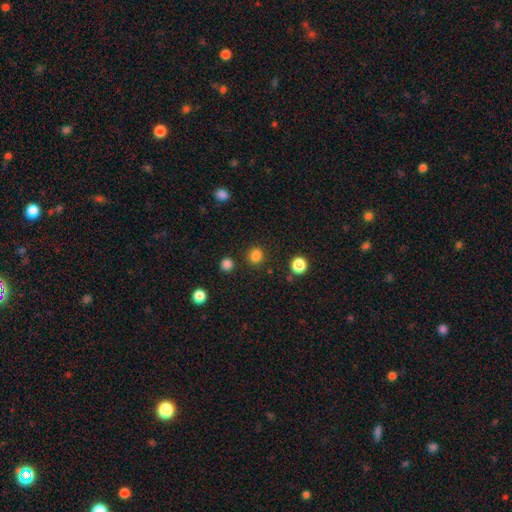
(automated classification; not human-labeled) The model was most divided on "how rounded": round: 78%, in between: 21%, cigar-shaped: 1%. More confident: merging — none (84%); smooth or featured — smooth (81%).